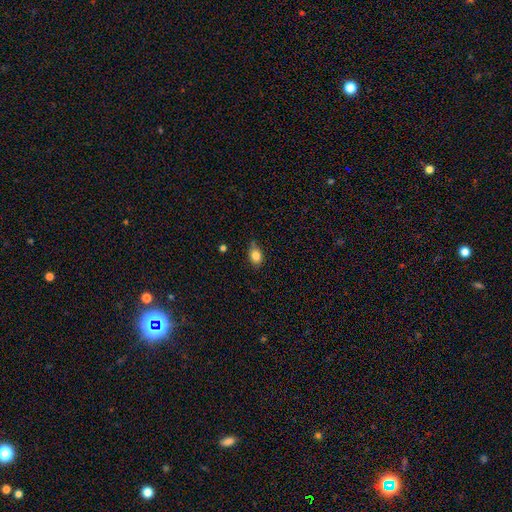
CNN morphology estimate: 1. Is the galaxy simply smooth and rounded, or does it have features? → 83% smooth, 9% star or artifact, 8% featured or disk.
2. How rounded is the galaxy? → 74% in between, 24% round, 3% cigar-shaped.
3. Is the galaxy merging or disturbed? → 68% none, 26% minor disturbance, 4% major disturbance, 2% merger.